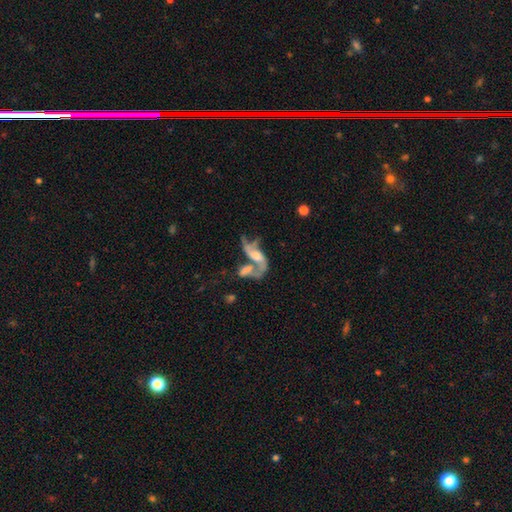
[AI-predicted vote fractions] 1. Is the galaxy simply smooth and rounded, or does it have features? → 71% featured or disk, 20% smooth, 9% star or artifact.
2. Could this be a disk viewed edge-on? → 93% no, 7% yes.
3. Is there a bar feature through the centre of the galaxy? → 57% no, 32% weak, 12% strong.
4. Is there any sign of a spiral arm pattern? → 75% yes, 25% no.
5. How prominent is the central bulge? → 36% moderate, 25% none, 24% small, 13% large, 2% dominant.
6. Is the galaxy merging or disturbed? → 53% merger, 21% major disturbance, 17% none, 9% minor disturbance.